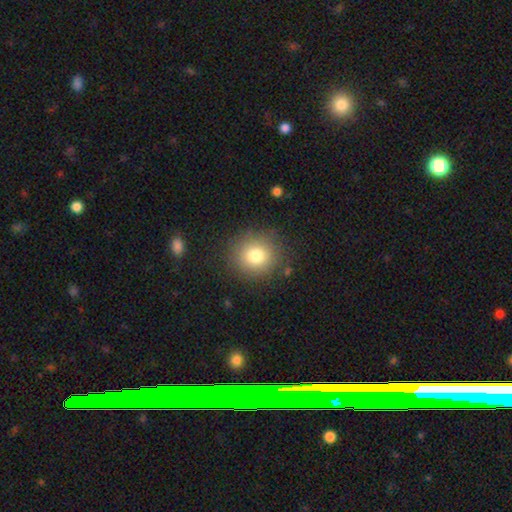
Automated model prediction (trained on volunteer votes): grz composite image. It shows a smooth galaxy with no disk features (79%) that is round (89%). Merging: none (86%).